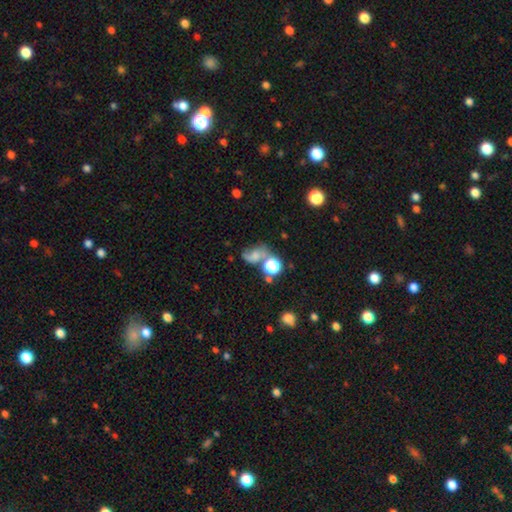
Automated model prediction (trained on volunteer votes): This is marginally a smooth galaxy (40%, tied with featured or disk). Merging: marginally none (39%).